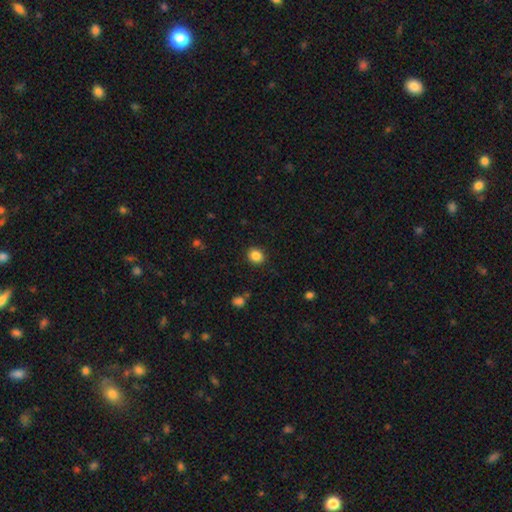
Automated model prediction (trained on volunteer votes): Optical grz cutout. It shows a smooth galaxy with no disk features (85%) that is round (74%). Merging: none (90%).